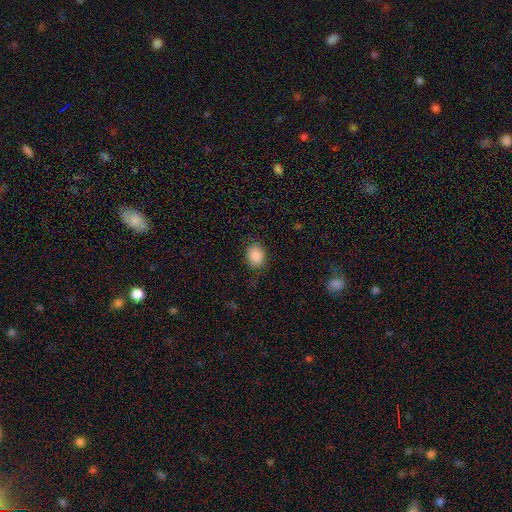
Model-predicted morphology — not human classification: Smooth or featured?
  - smooth: 88% *
  - star or artifact: 8%
  - featured or disk: 4%
How rounded?
  - in between: 55% *
  - round: 45%
  - cigar-shaped: 1%
Merging?
  - none: 83% *
  - minor disturbance: 12%
  - major disturbance: 4%
  - merger: 1%